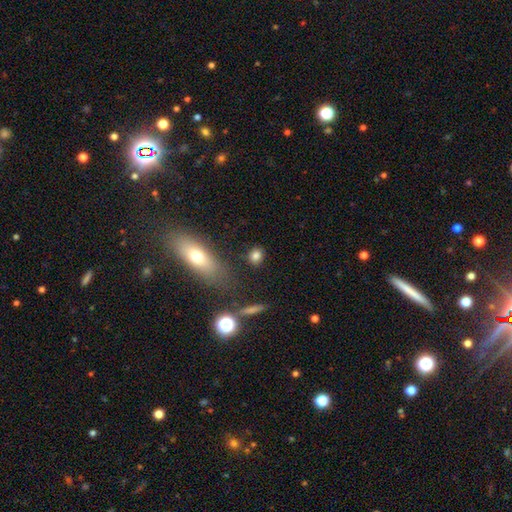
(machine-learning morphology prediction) Overall: smooth (81%). How rounded: round (66%; in between 31%). Merging: none (82%).